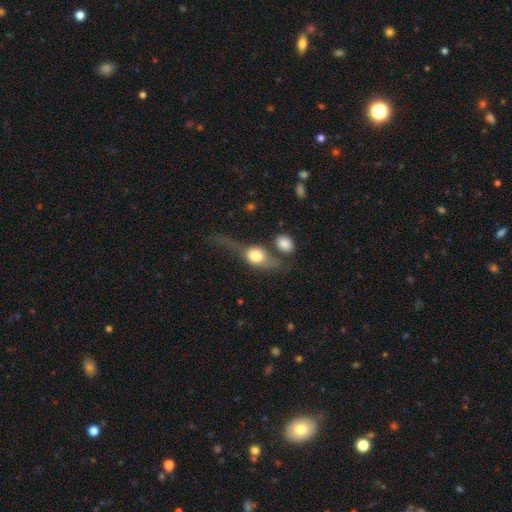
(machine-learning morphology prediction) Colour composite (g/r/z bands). It shows a featured or disk galaxy (46%). Merging: none (38%).